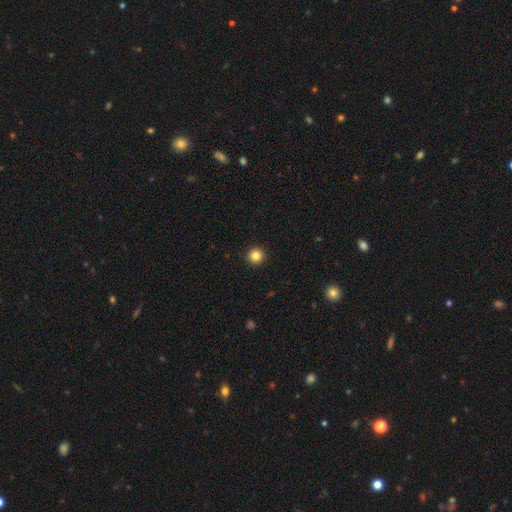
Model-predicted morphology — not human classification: This appears to be a smooth galaxy with no disk features (84%) that is round (96%). Merging: none (94%).